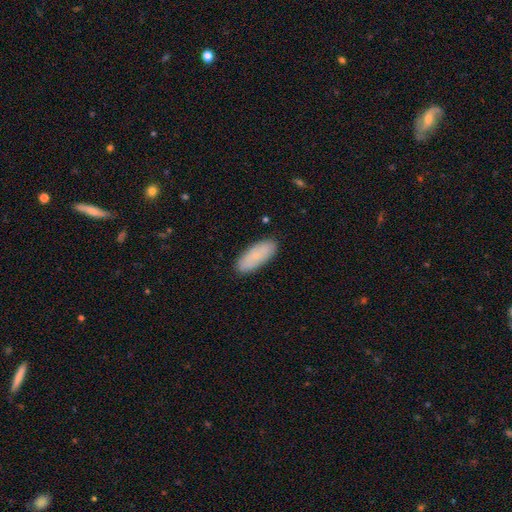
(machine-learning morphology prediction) A smooth galaxy with no disk features (70%) that is in between round and cigar-shaped (79%).

Vote fractions:
- Smooth or featured? smooth: 70% / featured or disk: 23% / star or artifact: 6%
- How rounded? in between: 79% / cigar-shaped: 19% / round: 2%
- Merging? none: 86% / minor disturbance: 11% / major disturbance: 2% / merger: 1%